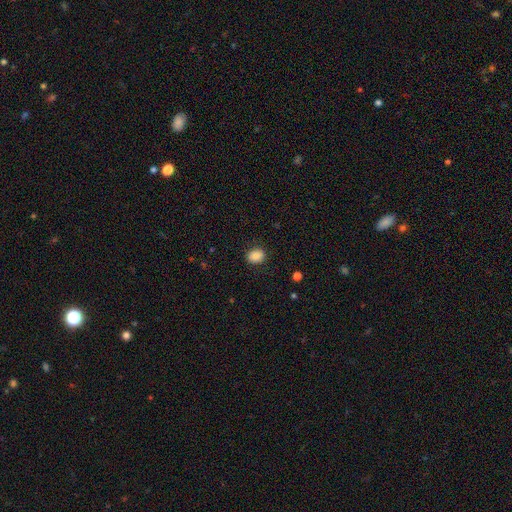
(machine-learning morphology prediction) A smooth galaxy with no disk features (84%) that is round (54%). Merging: none (87%).